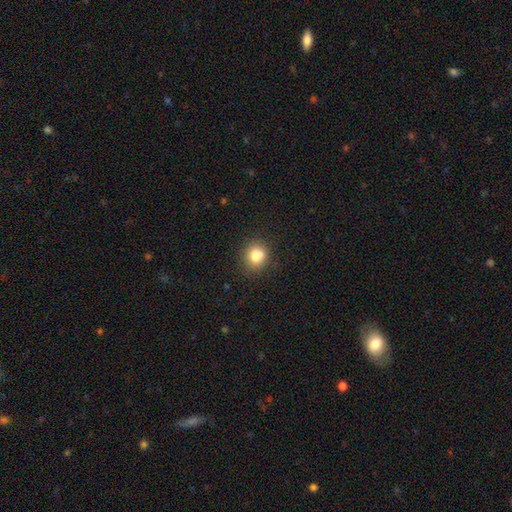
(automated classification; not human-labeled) Overall: smooth (80%). How rounded: round (81%). Merging: none (78%).